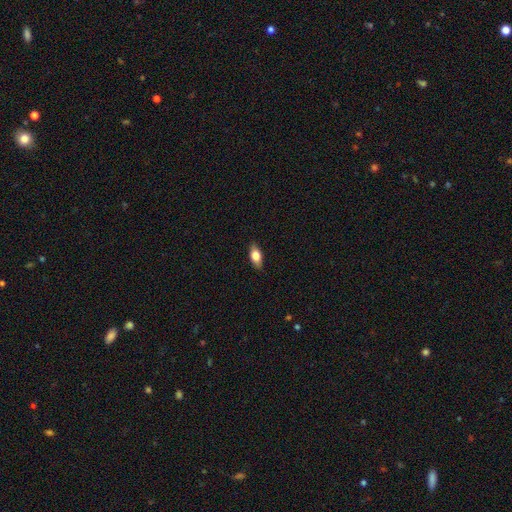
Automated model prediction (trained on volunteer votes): A smooth galaxy with no disk features (72%) that is in between round and cigar-shaped (84%). Merging: none (85%).